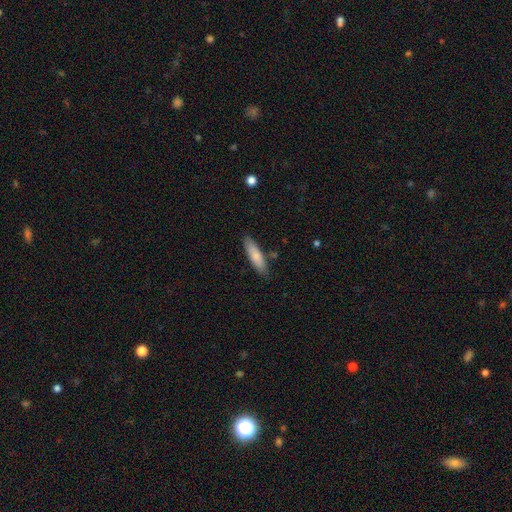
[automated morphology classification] smooth_or_featured: smooth (p=0.79) [alt: featured or disk p=0.15]
how_rounded: cigar-shaped (p=0.63) [alt: in between p=0.35]
merging: none (p=0.82) [alt: minor disturbance p=0.13]